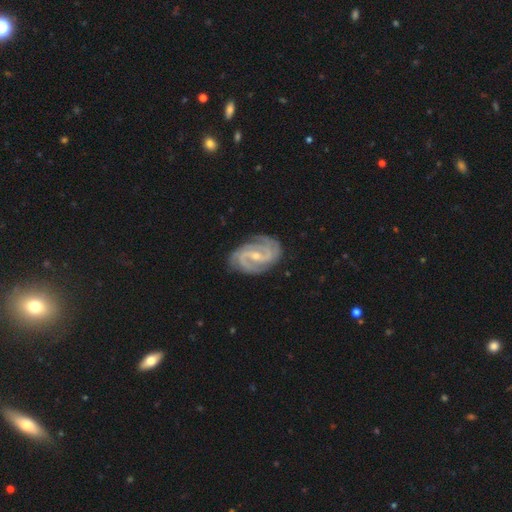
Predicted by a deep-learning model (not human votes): featured or disk 92%, star or artifact 4%, smooth 4%. Down the decision tree: edge-on disk — no (98%); bar — weak (47%); spiral arms — yes (98%); spiral arm count — 2 (58%); spiral winding — tight (47%); bulge size — small (60%); merging — none (79%).